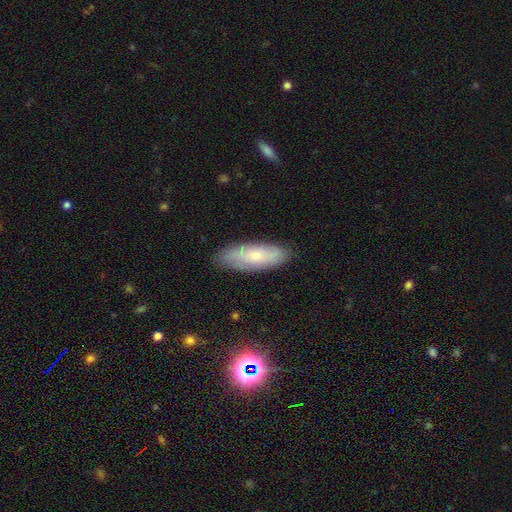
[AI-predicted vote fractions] smooth-or-featured: smooth: 56% | featured or disk: 37% | star or artifact: 7%
  how-rounded: in between: 63% | cigar-shaped: 35% | round: 2%
  merging: none: 80% | minor disturbance: 16% | major disturbance: 3% | merger: 1%